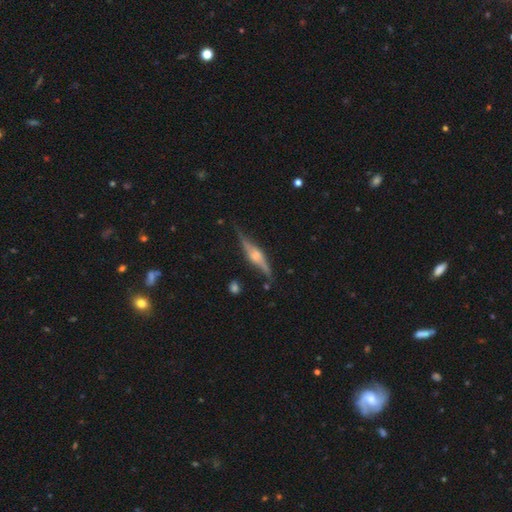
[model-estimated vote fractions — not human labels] smooth_or_featured: featured or disk (p=0.77) [alt: smooth p=0.17]
disk_edge_on: yes (p=0.95) [alt: no p=0.05]
edge_on_bulge: rounded (p=0.81) [alt: boxy p=0.15]
merging: none (p=0.76) [alt: minor disturbance p=0.17]